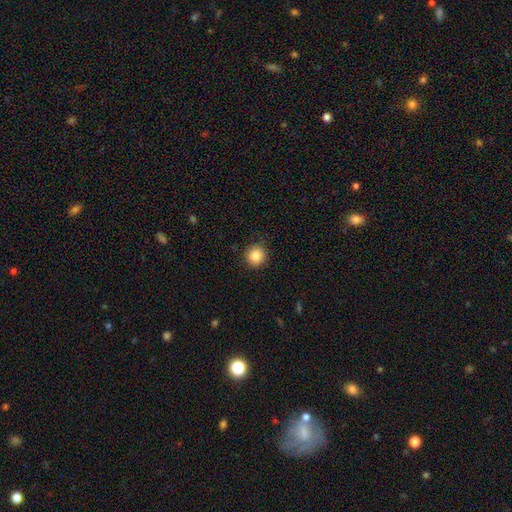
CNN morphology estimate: smooth_or_featured: smooth (p=0.86) [alt: star or artifact p=0.10]
how_rounded: round (p=0.93) [alt: in between p=0.06]
merging: none (p=0.89) [alt: minor disturbance p=0.08]